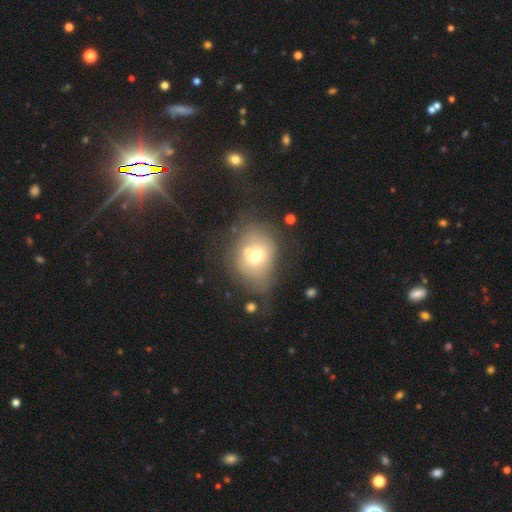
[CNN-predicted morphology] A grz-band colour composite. It shows a smooth galaxy with no disk features (61%) that is round (56%). Merging: none (42%).